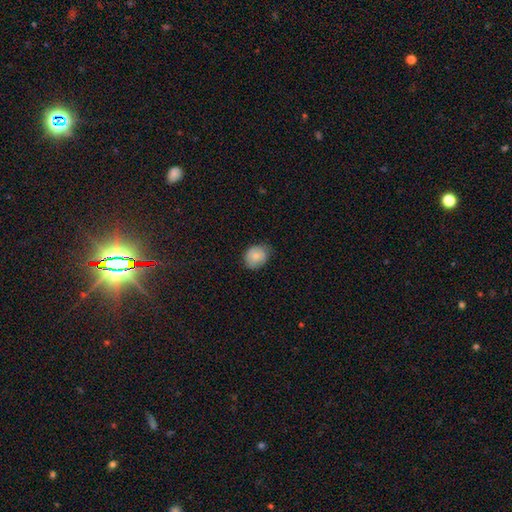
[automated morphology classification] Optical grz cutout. It shows a smooth galaxy with no disk features (81%) that is round (54%). Merging: none (70%).